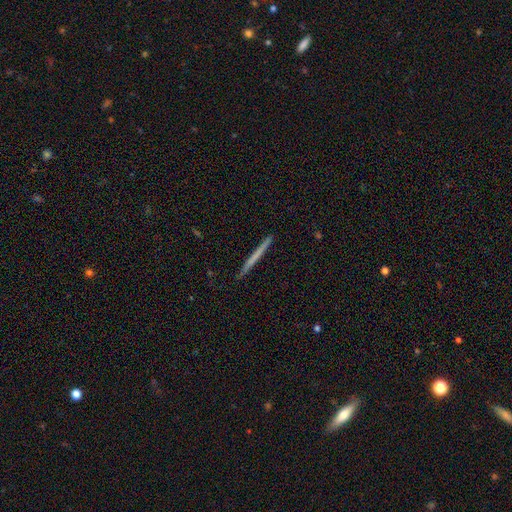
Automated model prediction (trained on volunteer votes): Q: Smooth or featured?
A: smooth (51%); runner-up: featured or disk (44%)
Q: How rounded?
A: cigar-shaped (97%); runner-up: in between (1%)
Q: Merging?
A: none (92%); runner-up: minor disturbance (5%)